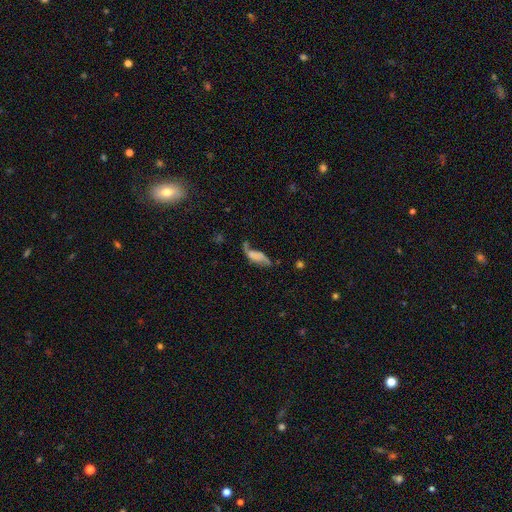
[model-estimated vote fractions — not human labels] Smooth or featured?
  - featured or disk: 46% *
  - smooth: 42%
  - star or artifact: 12%
Merging?
  - none: 33% *
  - major disturbance: 30%
  - minor disturbance: 24%
  - merger: 14%